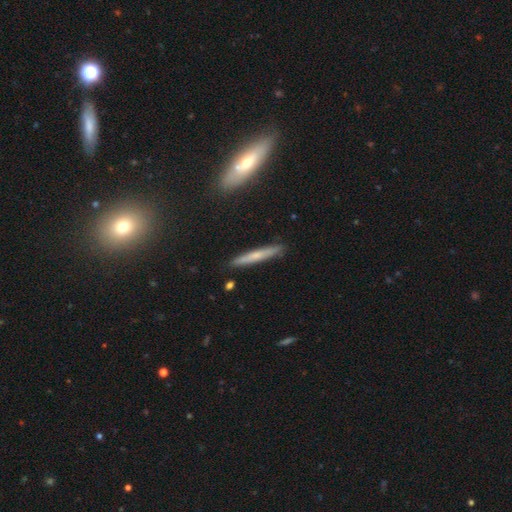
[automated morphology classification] Smooth or featured? Predicted: smooth (p=0.54). How rounded? Predicted: cigar-shaped (p=0.95). Merging? Predicted: none (p=0.89).